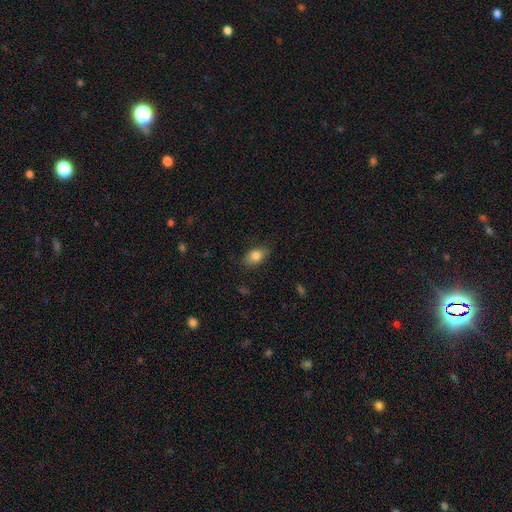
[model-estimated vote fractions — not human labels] Overall: smooth (80%). How rounded: in between (86%). Merging: none (81%).